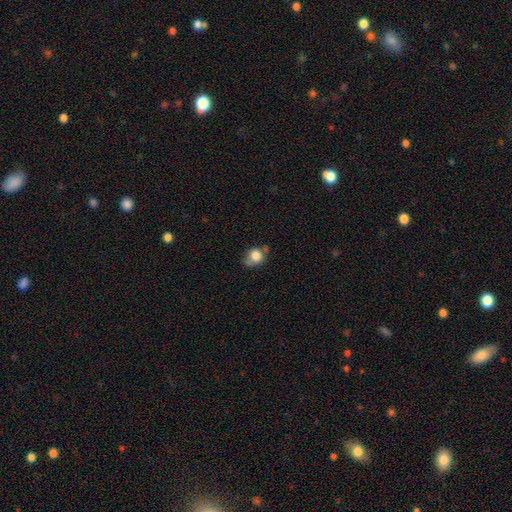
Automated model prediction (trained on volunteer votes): Q: Smooth or featured?
A: smooth (78%); runner-up: featured or disk (11%)
Q: How rounded?
A: round (71%); runner-up: in between (28%)
Q: Merging?
A: none (50%); runner-up: minor disturbance (28%)